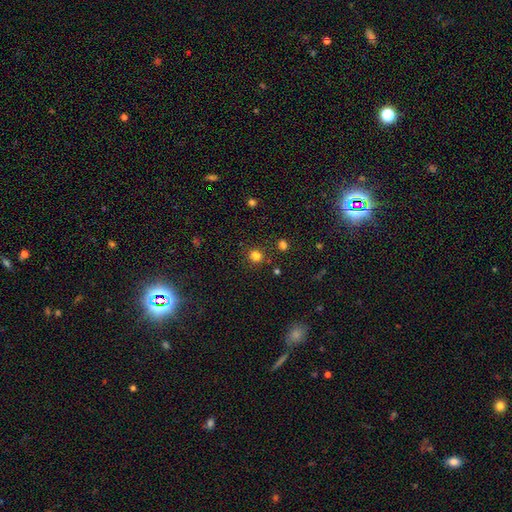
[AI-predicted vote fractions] A smooth galaxy with no disk features (81%) that is round (90%).

Vote fractions:
- Smooth or featured? smooth: 81% / star or artifact: 15% / featured or disk: 4%
- How rounded? round: 90% / in between: 9% / cigar-shaped: 1%
- Merging? none: 87% / minor disturbance: 7% / merger: 4% / major disturbance: 3%